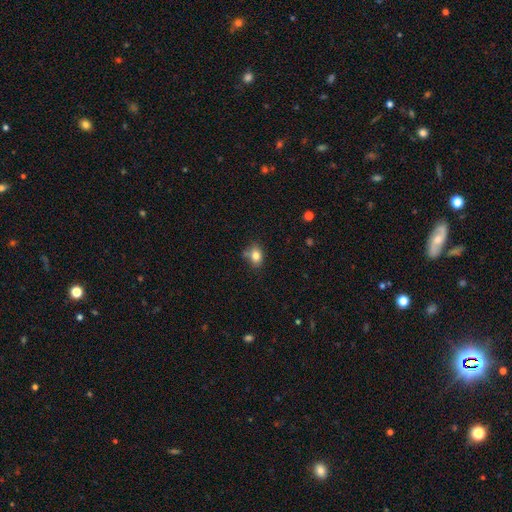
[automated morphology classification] smooth-or-featured: smooth: 81% | star or artifact: 10% | featured or disk: 8%
  how-rounded: in between: 64% | round: 35% | cigar-shaped: 1%
  merging: none: 67% | minor disturbance: 21% | merger: 8% | major disturbance: 5%